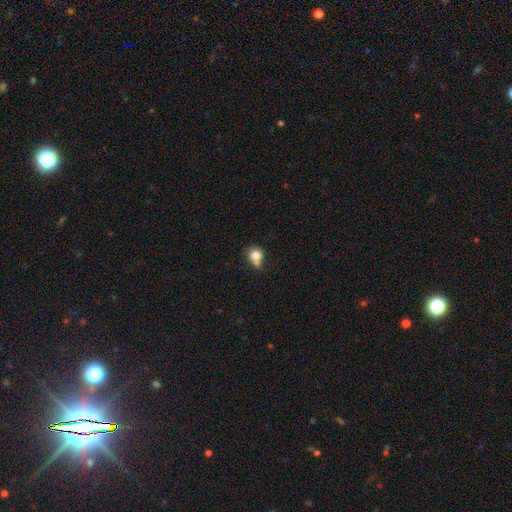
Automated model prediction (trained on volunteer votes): smooth-or-featured: smooth: 78% | featured or disk: 11% | star or artifact: 11%
  how-rounded: round: 69% | in between: 30% | cigar-shaped: 1%
  merging: none: 39% | merger: 30% | minor disturbance: 22% | major disturbance: 9%